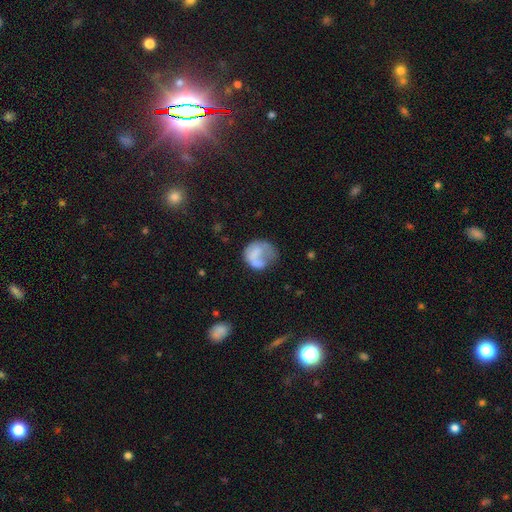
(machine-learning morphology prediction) Overall: smooth (58%; featured or disk 34%). How rounded: round (69%; in between 30%). Merging: major disturbance (36%; none 33%).